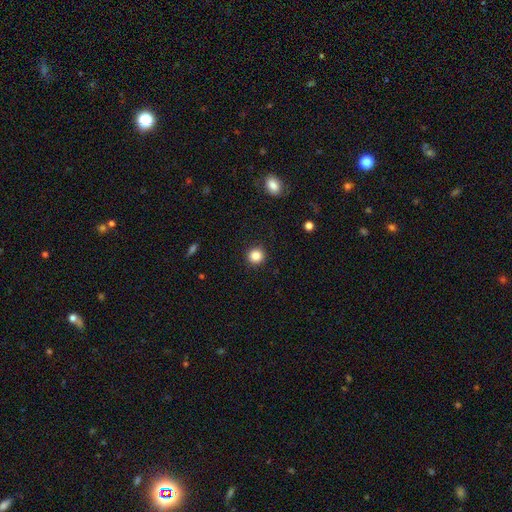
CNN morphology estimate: Smooth or featured? smooth (85%)
How rounded? round (94%)
Merging? none (92%)